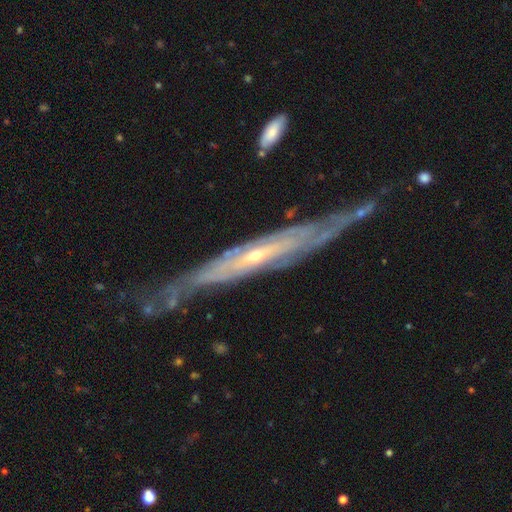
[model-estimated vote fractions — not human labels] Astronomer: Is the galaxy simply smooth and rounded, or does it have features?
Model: featured or disk — 85%.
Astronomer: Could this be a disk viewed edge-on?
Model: yes — 58% (runner-up: no, 42%).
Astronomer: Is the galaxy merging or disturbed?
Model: none — 66%.